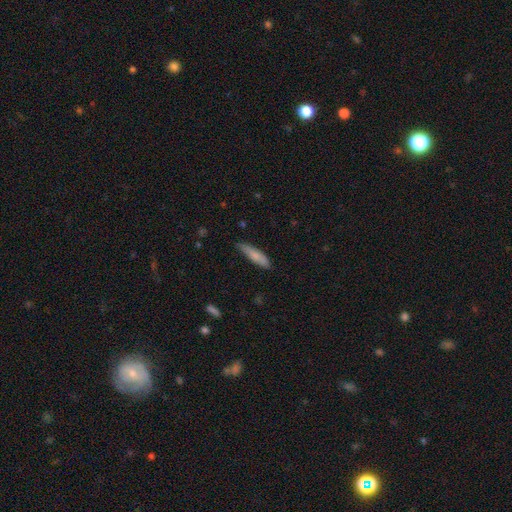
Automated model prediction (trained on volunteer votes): The model was most divided on "how rounded": cigar-shaped: 78%, in between: 21%, round: 1%. More confident: smooth or featured — smooth (80%); merging — none (77%).